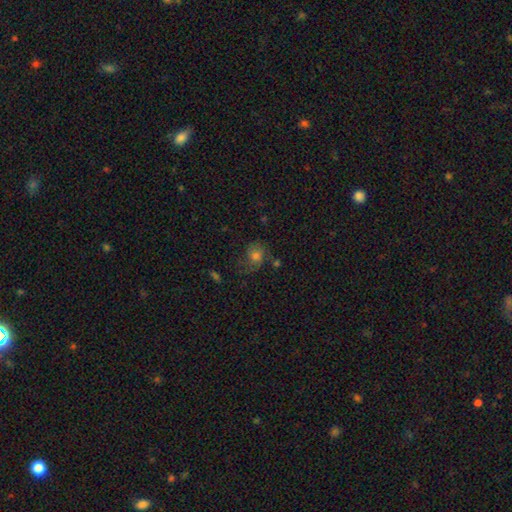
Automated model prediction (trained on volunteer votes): Smooth or featured? smooth (61%)
How rounded? round (67%)
Merging? none (56%)